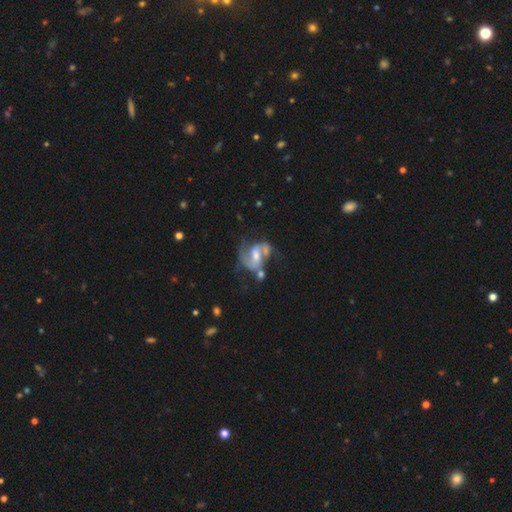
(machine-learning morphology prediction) smooth_or_featured: featured or disk (p=0.81) [alt: smooth p=0.13]
disk_edge_on: no (p=0.98) [alt: yes p=0.02]
bar: weak (p=0.49) [alt: no p=0.28]
has_spiral_arms: yes (p=0.90) [alt: no p=0.10]
spiral_winding: medium (p=0.51) [alt: loose p=0.30]
spiral_arm_count: 2 (p=0.75) [alt: 1 p=0.09]
bulge_size: moderate (p=0.51) [alt: small p=0.31]
merging: none (p=0.33) [alt: merger p=0.25]